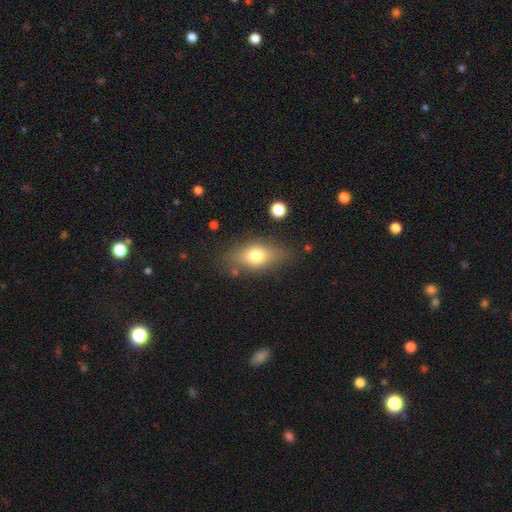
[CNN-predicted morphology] Smooth or featured?
  - smooth: 71% *
  - featured or disk: 19%
  - star or artifact: 10%
How rounded?
  - in between: 80% *
  - round: 12%
  - cigar-shaped: 8%
Merging?
  - none: 77% *
  - minor disturbance: 15%
  - major disturbance: 5%
  - merger: 3%